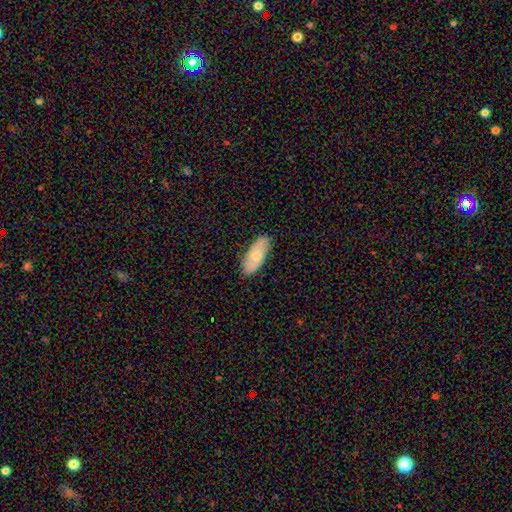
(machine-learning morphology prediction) The model was most divided on "smooth or featured": smooth: 67%, featured or disk: 28%, star or artifact: 6%. More confident: merging — none (86%); how rounded — in between (83%).